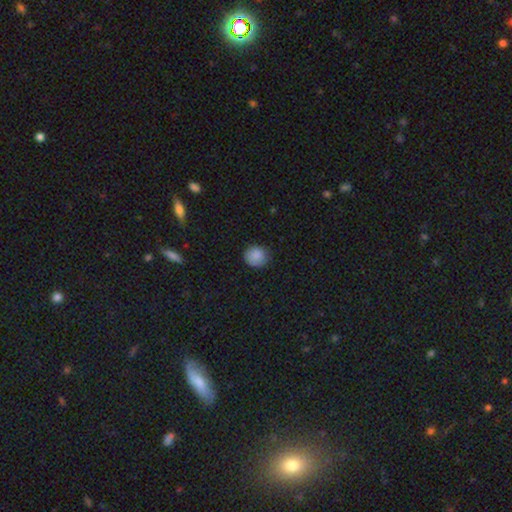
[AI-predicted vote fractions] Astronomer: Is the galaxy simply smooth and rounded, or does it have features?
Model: smooth — 87%.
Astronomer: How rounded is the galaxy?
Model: round — 87%.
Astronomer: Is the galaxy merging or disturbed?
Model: none — 81%.